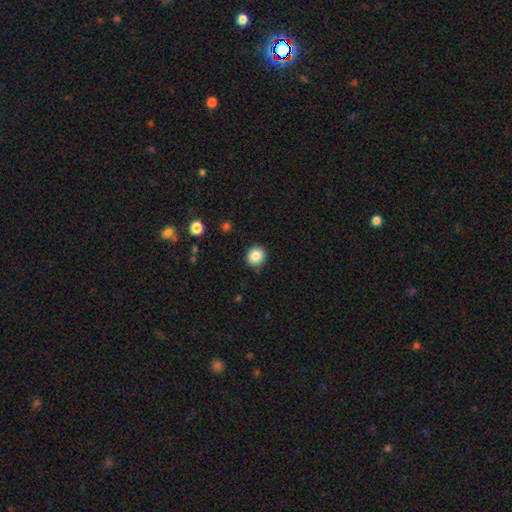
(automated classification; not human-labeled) Overall: smooth (86%). How rounded: round (87%). Merging: none (88%).